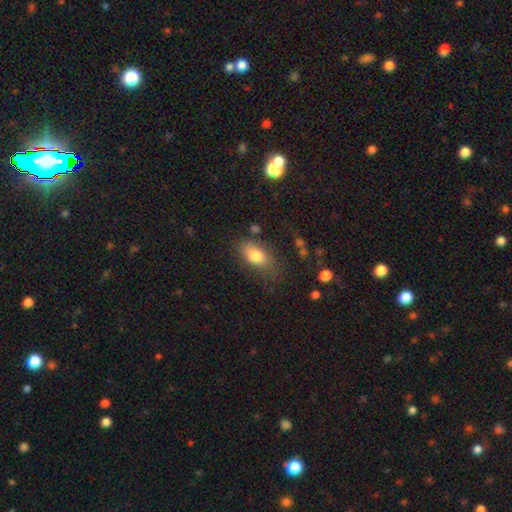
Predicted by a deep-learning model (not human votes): Smooth or featured?
  - smooth: 79% *
  - featured or disk: 12%
  - star or artifact: 8%
How rounded?
  - in between: 87% *
  - round: 9%
  - cigar-shaped: 4%
Merging?
  - none: 61% *
  - minor disturbance: 24%
  - major disturbance: 11%
  - merger: 3%